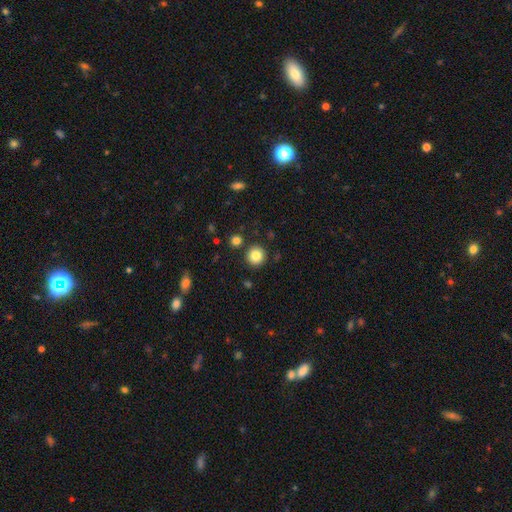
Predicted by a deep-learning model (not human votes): Q: Smooth or featured?
A: smooth (85%); runner-up: star or artifact (10%)
Q: How rounded?
A: round (93%); runner-up: in between (6%)
Q: Merging?
A: none (88%); runner-up: minor disturbance (6%)